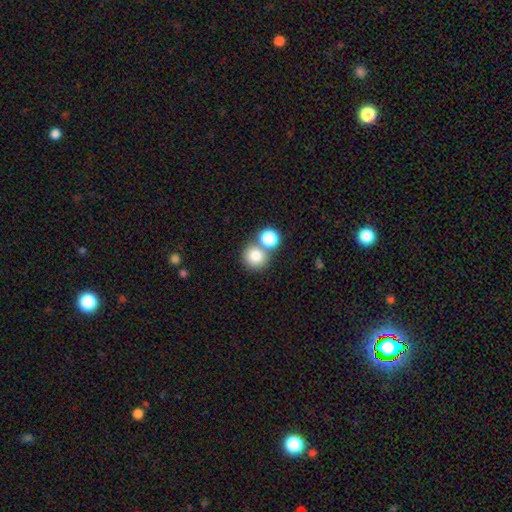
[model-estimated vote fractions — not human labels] Morphology: type=smooth (80%); roundness=round (88%); merging=none (53%).